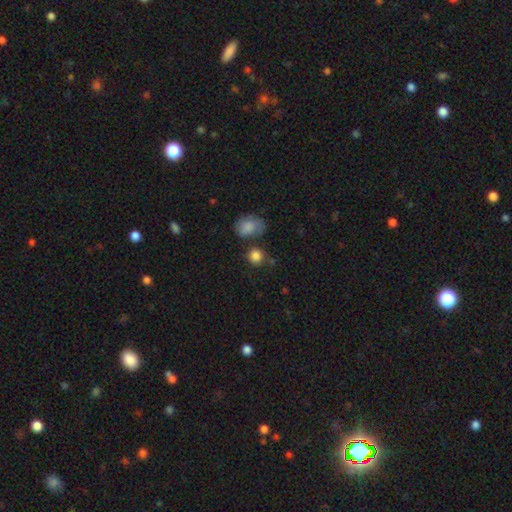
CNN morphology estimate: Overall: smooth (85%). How rounded: round (85%). Merging: none (68%).